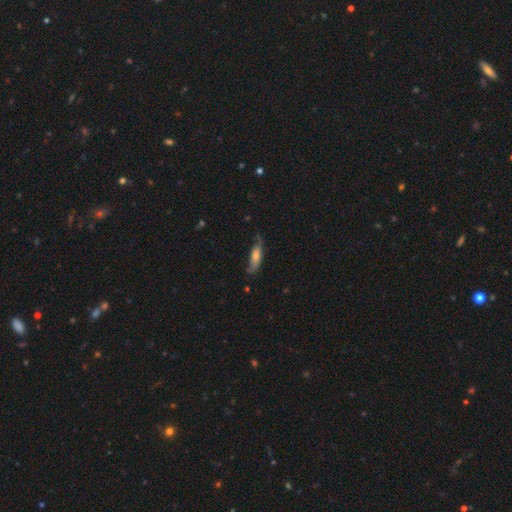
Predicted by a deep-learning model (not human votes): A smooth galaxy with no disk features (50%) that is cigar-shaped (61%).

Vote fractions:
- Smooth or featured? smooth: 50% / featured or disk: 42% / star or artifact: 7%
- How rounded? cigar-shaped: 61% / in between: 37% / round: 2%
- Merging? none: 61% / minor disturbance: 28% / major disturbance: 9% / merger: 2%